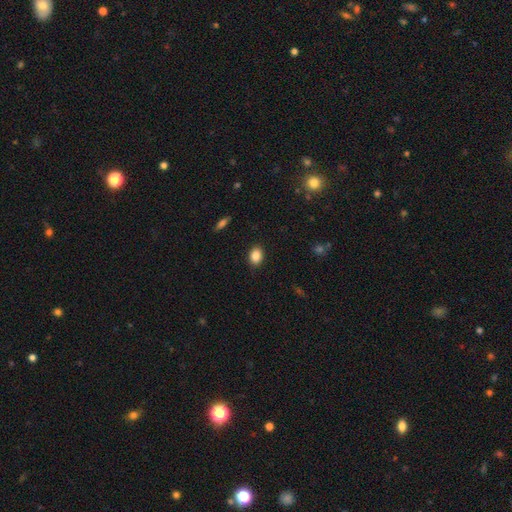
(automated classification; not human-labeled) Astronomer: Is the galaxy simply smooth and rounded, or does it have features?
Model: smooth — 87%.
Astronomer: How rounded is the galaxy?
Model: in between — 68%.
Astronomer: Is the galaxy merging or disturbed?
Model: none — 87%.